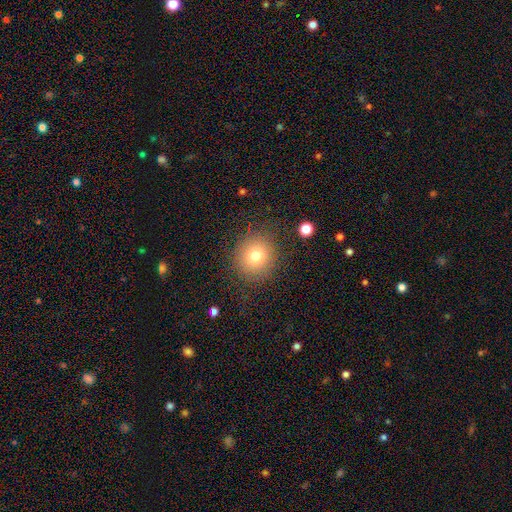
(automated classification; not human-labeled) Overall: smooth (75%). How rounded: round (88%). Merging: none (85%).